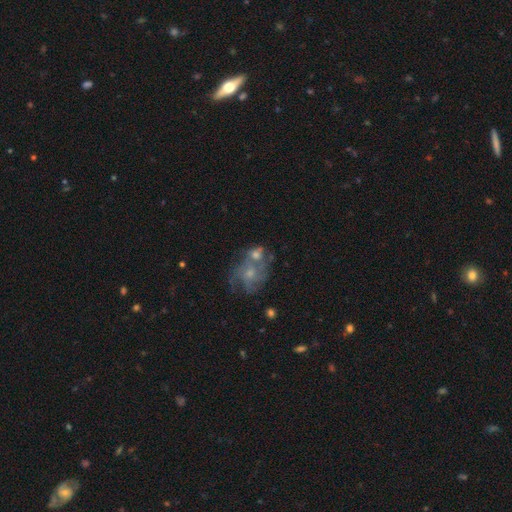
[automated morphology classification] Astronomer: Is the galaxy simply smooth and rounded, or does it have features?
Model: featured or disk — 64%.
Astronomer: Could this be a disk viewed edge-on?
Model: no — 97%.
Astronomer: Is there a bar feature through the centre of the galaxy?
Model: no — 75%.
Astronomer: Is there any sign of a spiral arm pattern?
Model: yes — 79%.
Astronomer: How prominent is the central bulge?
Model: small — 54% (runner-up: moderate, 37%).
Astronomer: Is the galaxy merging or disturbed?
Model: none — 41% (runner-up: merger, 32%).